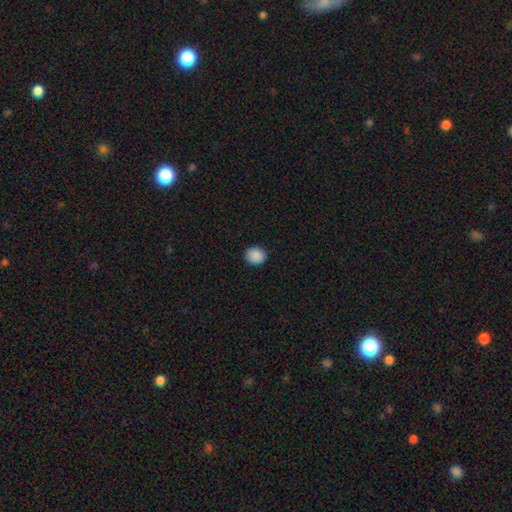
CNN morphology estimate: The model was most divided on "how rounded": round: 72%, in between: 27%, cigar-shaped: 1%. More confident: merging — none (91%); smooth or featured — smooth (89%).